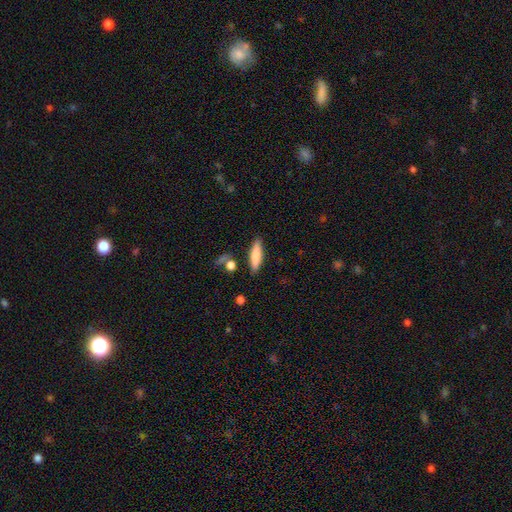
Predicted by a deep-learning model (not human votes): smooth-or-featured: smooth: 75% | featured or disk: 18% | star or artifact: 7%
  how-rounded: cigar-shaped: 69% | in between: 29% | round: 2%
  merging: none: 84% | minor disturbance: 10% | merger: 4% | major disturbance: 3%